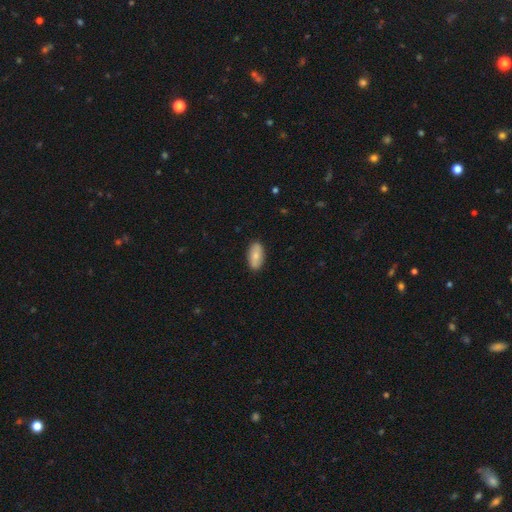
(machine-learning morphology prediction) Q: Smooth or featured?
A: smooth (74%); runner-up: featured or disk (20%)
Q: How rounded?
A: in between (88%); runner-up: cigar-shaped (9%)
Q: Merging?
A: none (87%); runner-up: minor disturbance (10%)